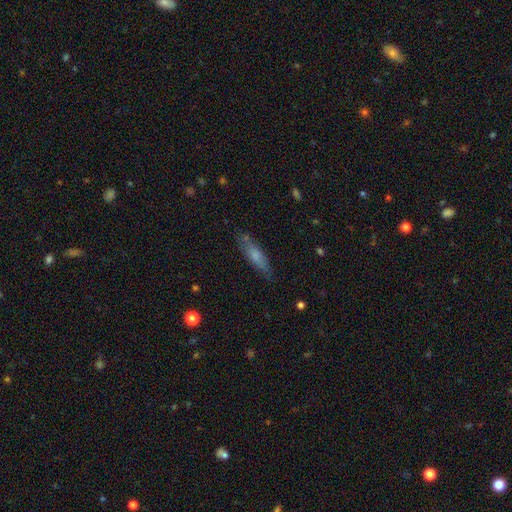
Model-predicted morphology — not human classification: type=smooth (66%); roundness=cigar-shaped (69%); merging=none (77%).